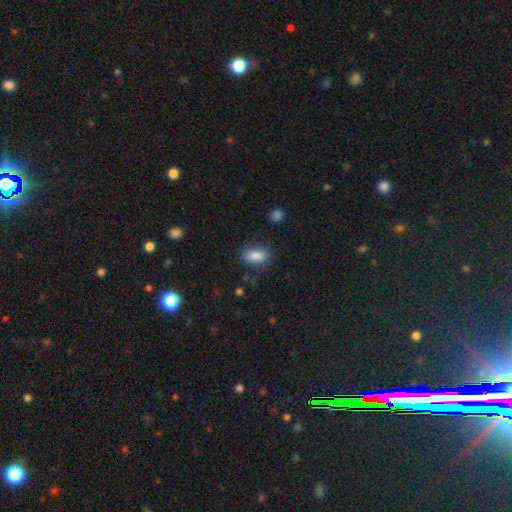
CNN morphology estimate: Smooth or featured? Predicted: smooth (p=0.85). How rounded? Predicted: in between (p=0.89). Merging? Predicted: none (p=0.78).